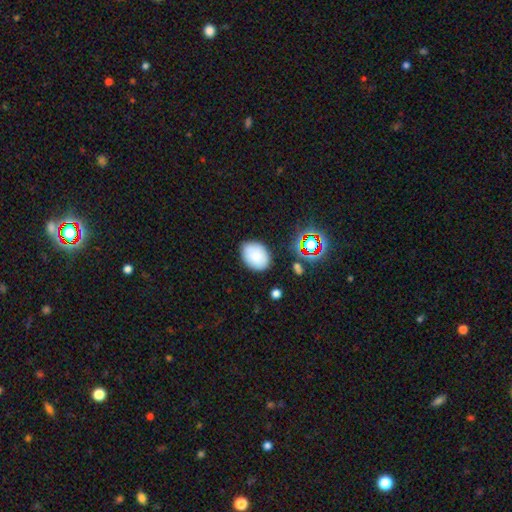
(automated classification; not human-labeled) This appears to be a smooth galaxy with no disk features (83%) that is in between round and cigar-shaped (75%). Merging: none (82%).